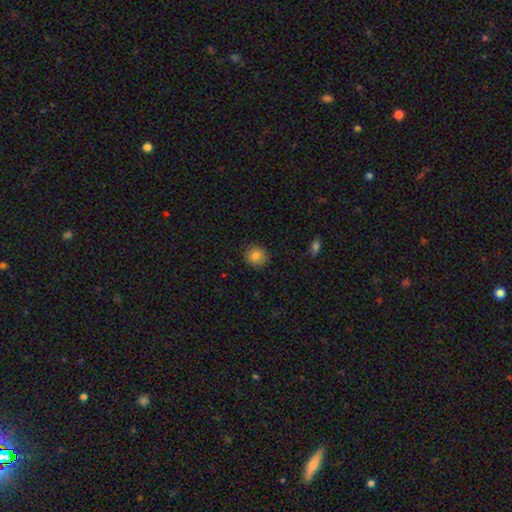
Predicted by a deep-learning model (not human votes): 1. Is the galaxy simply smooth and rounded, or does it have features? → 83% smooth, 9% star or artifact, 8% featured or disk.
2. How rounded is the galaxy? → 88% round, 11% in between, 1% cigar-shaped.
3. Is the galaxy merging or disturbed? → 88% none, 9% minor disturbance, 2% major disturbance, 1% merger.